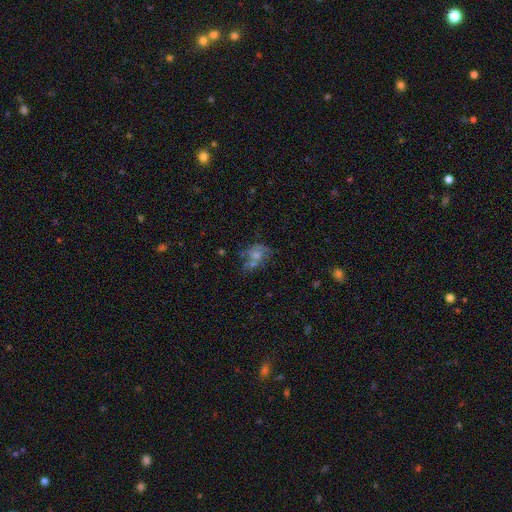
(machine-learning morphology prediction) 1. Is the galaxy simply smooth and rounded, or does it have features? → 45% featured or disk, 41% smooth, 14% star or artifact.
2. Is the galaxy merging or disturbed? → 31% none, 30% merger, 20% major disturbance, 19% minor disturbance.